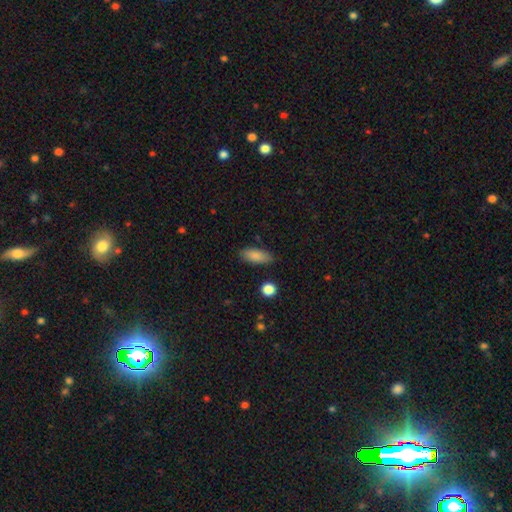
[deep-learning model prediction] Q: Smooth or featured?
A: smooth (86%); runner-up: featured or disk (7%)
Q: How rounded?
A: in between (75%); runner-up: cigar-shaped (22%)
Q: Merging?
A: none (83%); runner-up: minor disturbance (13%)